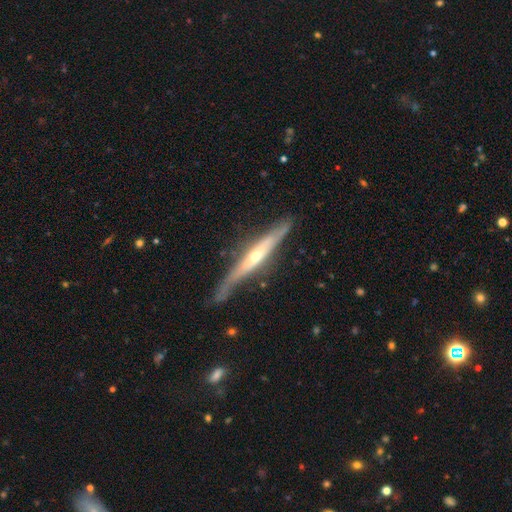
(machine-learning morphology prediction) Smooth or featured? featured or disk (75%)
Edge-on disk? yes (90%)
Edge-on bulge? rounded (76%)
Merging? none (69%)